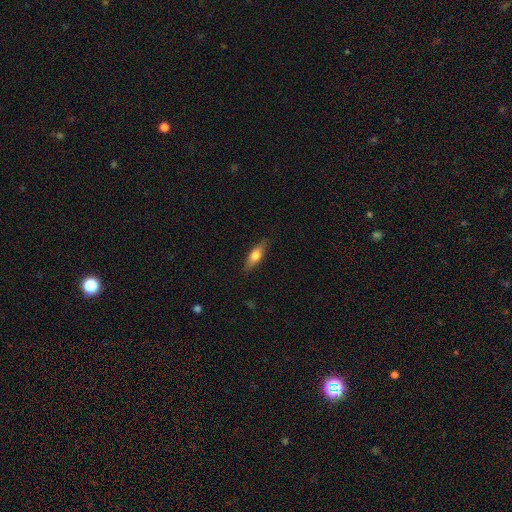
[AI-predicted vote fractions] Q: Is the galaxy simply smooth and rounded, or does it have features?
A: smooth — 65%.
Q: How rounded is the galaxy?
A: in between — 57%.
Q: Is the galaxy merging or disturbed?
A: none — 85%.